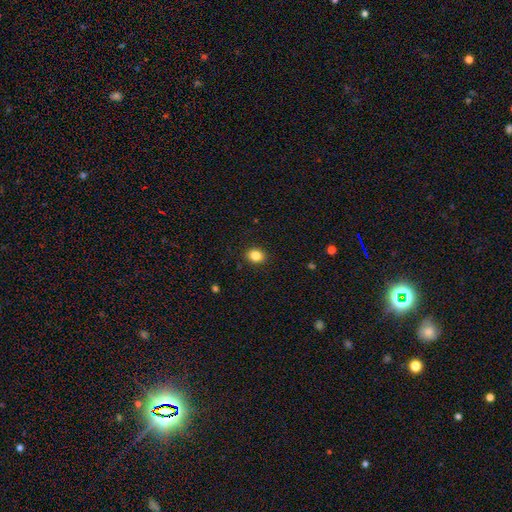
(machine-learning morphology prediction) Smooth or featured? Predicted: smooth (p=0.85). How rounded? Predicted: round (p=0.53). Merging? Predicted: none (p=0.90).